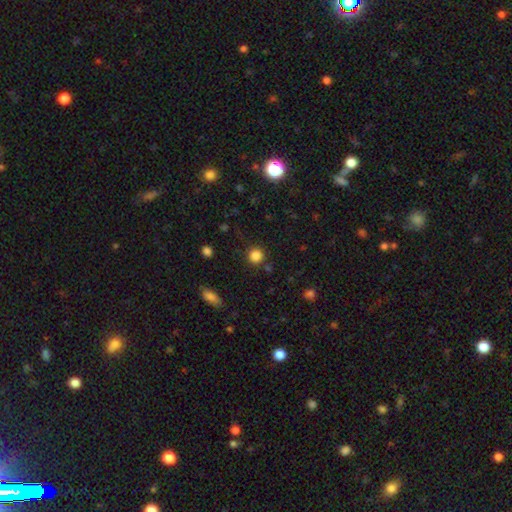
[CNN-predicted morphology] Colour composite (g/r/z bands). It shows a smooth galaxy with no disk features (84%) that is round (93%). Merging: none (87%).